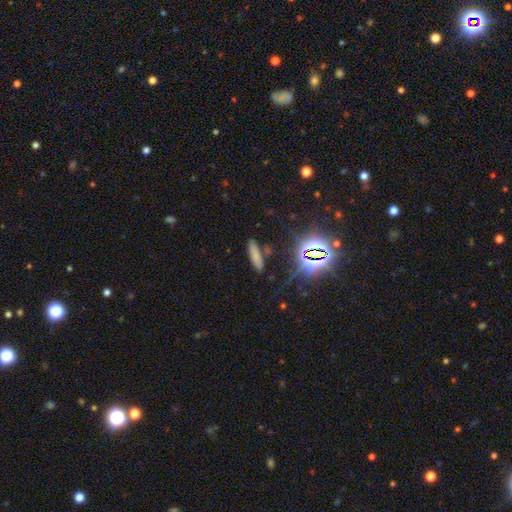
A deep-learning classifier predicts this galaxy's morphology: A smooth galaxy with no disk features (68%) that is cigar-shaped (73%). Merging: none (83%).